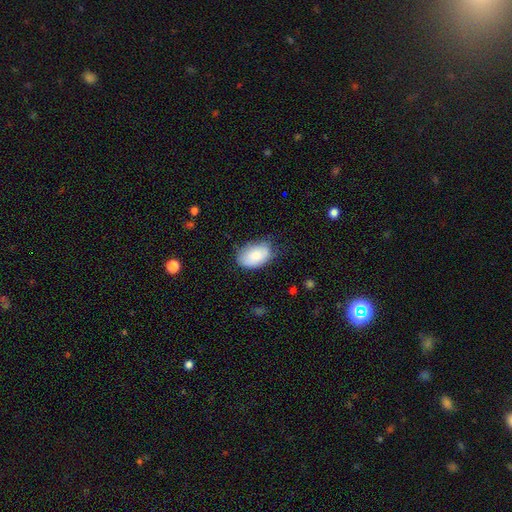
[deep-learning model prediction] Smooth or featured? smooth (81%)
How rounded? in between (92%)
Merging? none (68%)